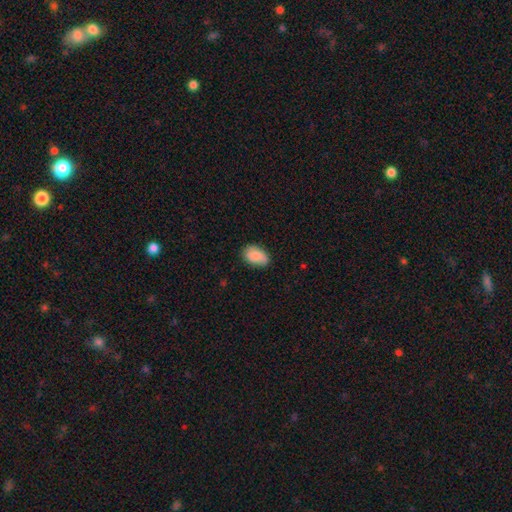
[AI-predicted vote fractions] This appears to be a smooth galaxy with no disk features (85%) that is in between round and cigar-shaped (89%). Merging: none (79%).